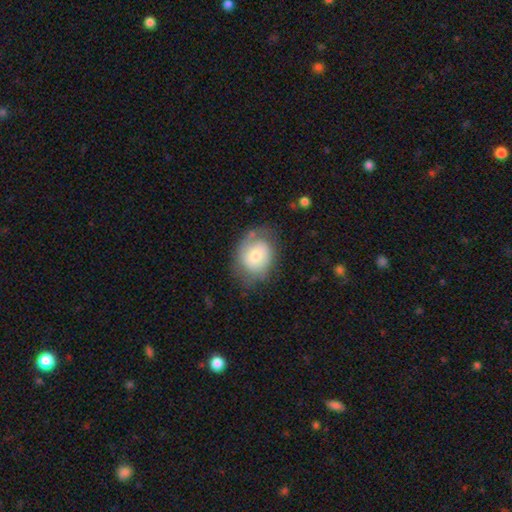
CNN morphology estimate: Q: Smooth or featured?
A: smooth (60%); runner-up: featured or disk (33%)
Q: How rounded?
A: in between (52%); runner-up: round (47%)
Q: Merging?
A: none (59%); runner-up: minor disturbance (26%)